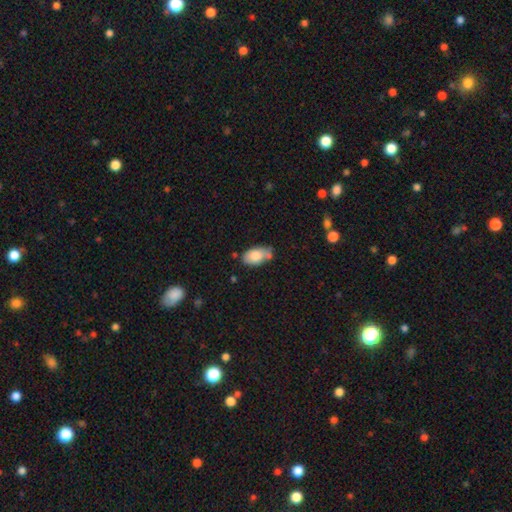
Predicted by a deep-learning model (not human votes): smooth-or-featured: smooth: 81% | featured or disk: 12% | star or artifact: 7%
  how-rounded: in between: 92% | round: 5% | cigar-shaped: 3%
  merging: none: 54% | minor disturbance: 28% | merger: 12% | major disturbance: 6%